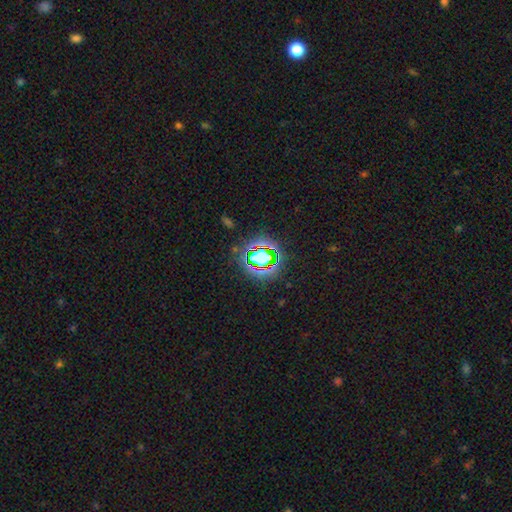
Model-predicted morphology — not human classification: Smooth or featured? Predicted: star or artifact (p=0.65).